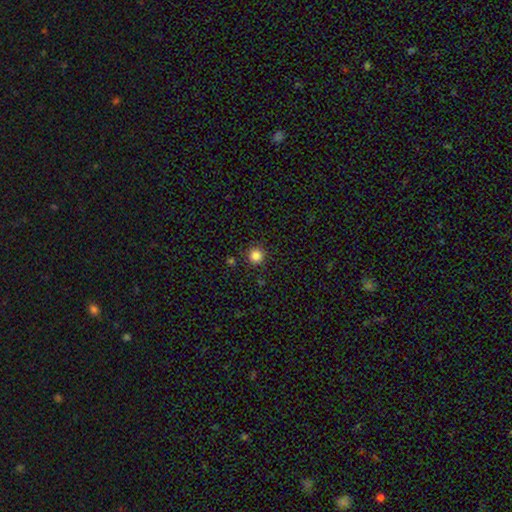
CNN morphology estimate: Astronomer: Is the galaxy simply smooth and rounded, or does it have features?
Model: smooth — 84%.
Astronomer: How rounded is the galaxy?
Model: round — 95%.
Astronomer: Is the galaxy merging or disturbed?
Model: none — 90%.